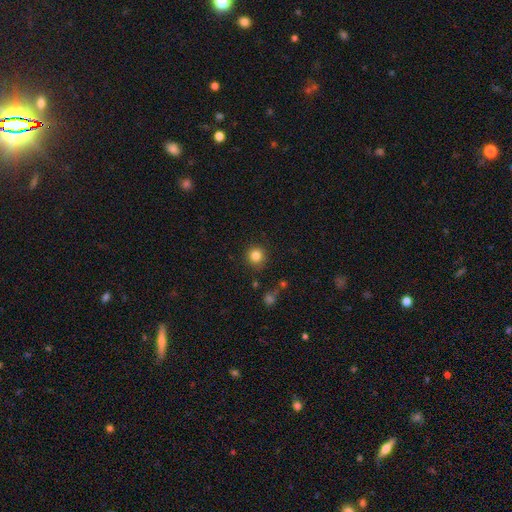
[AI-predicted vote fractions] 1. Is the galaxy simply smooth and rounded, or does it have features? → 83% smooth, 11% star or artifact, 5% featured or disk.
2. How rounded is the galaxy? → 94% round, 5% in between, 1% cigar-shaped.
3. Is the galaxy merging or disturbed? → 88% none, 7% minor disturbance, 3% major disturbance, 2% merger.